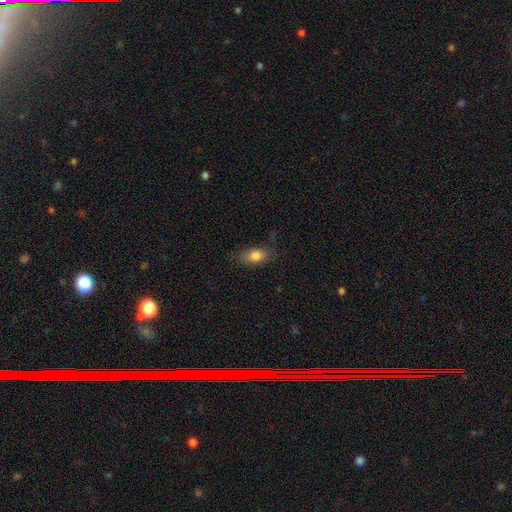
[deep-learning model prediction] smooth-or-featured: smooth: 80% | featured or disk: 12% | star or artifact: 8%
  how-rounded: in between: 84% | round: 9% | cigar-shaped: 7%
  merging: none: 74% | minor disturbance: 20% | major disturbance: 5% | merger: 1%